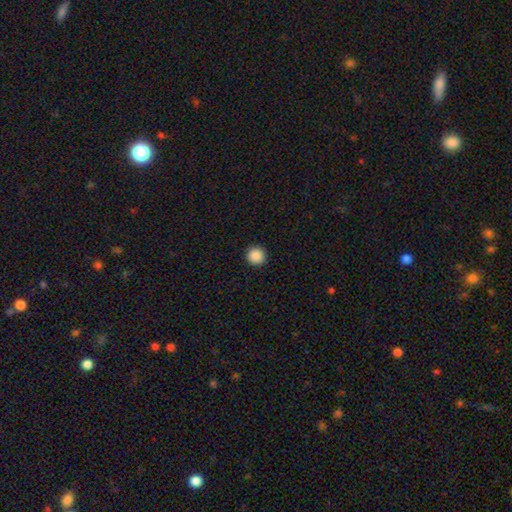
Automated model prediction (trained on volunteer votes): smooth_or_featured: smooth (p=0.89) [alt: star or artifact p=0.09]
how_rounded: round (p=0.96) [alt: in between p=0.03]
merging: none (p=0.93) [alt: minor disturbance p=0.04]